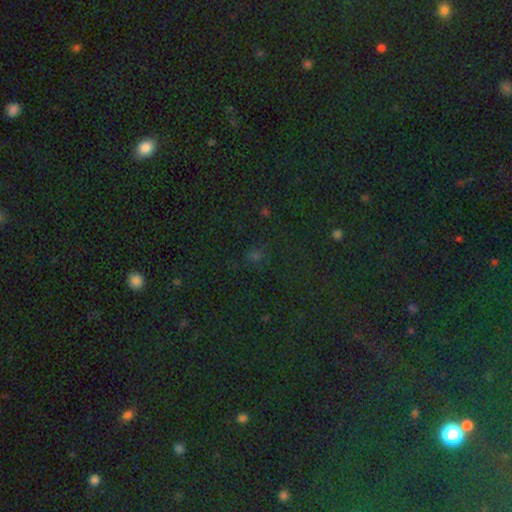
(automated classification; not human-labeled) A star or artifact, not a galaxy (55%).

Vote fractions:
- Smooth or featured? star or artifact: 55% / smooth: 38% / featured or disk: 7%